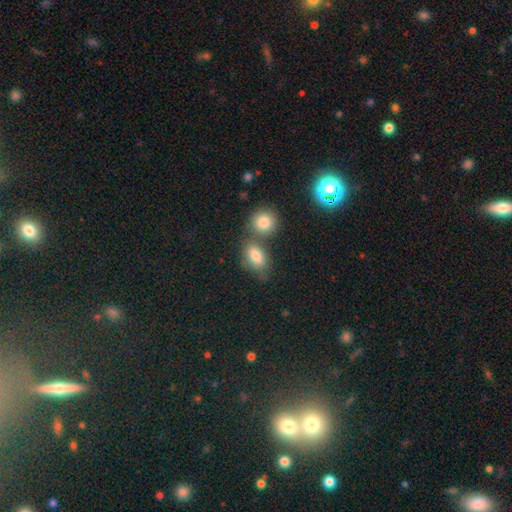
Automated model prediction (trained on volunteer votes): This appears to be a smooth galaxy with no disk features (81%) that is in between round and cigar-shaped (82%). Merging: none (43%).